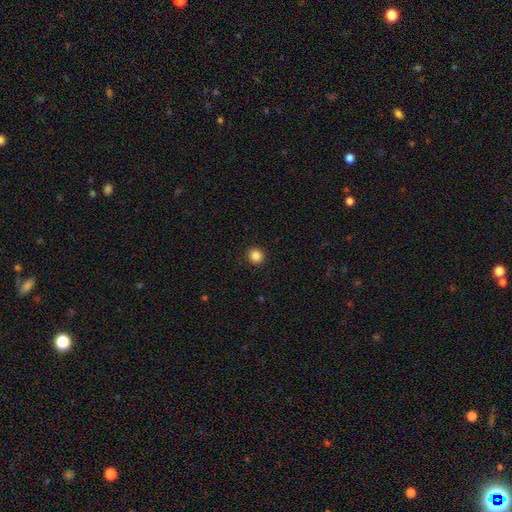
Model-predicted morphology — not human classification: smooth_or_featured: smooth (p=0.86) [alt: star or artifact p=0.11]
how_rounded: round (p=0.93) [alt: in between p=0.06]
merging: none (p=0.93) [alt: minor disturbance p=0.04]